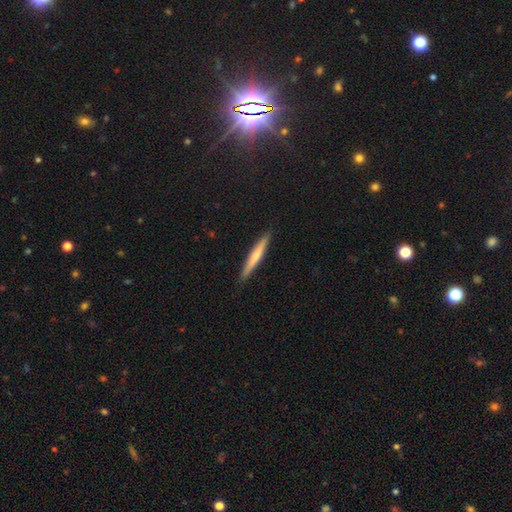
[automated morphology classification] smooth 58%, featured or disk 36%, star or artifact 5%. Down the decision tree: how rounded — cigar-shaped (95%); merging — none (91%).